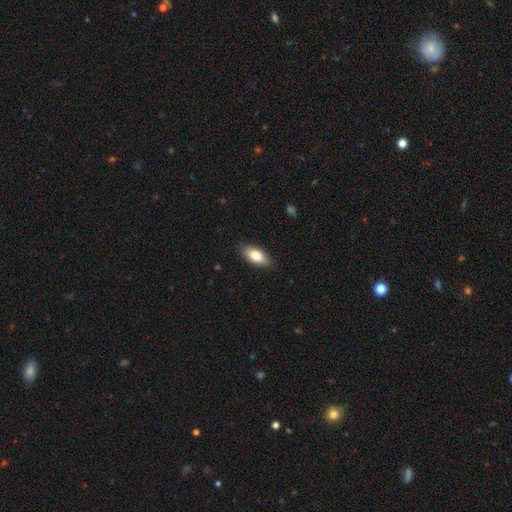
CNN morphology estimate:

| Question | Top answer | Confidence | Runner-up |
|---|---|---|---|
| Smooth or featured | smooth | 81% | featured or disk (13%) |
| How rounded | in between | 87% | cigar-shaped (10%) |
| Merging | none | 87% | minor disturbance (10%) |